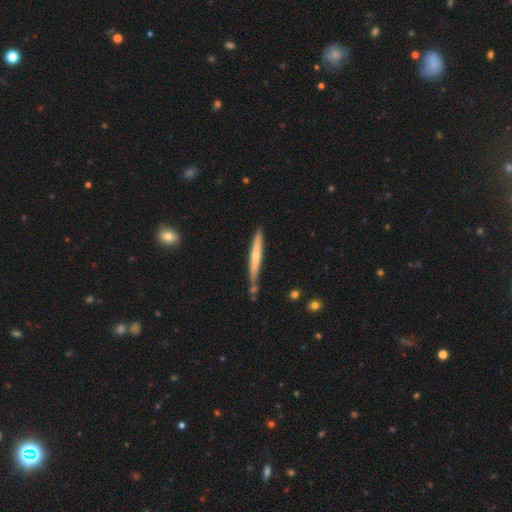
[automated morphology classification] A featured or disk galaxy (49%). Merging: none (75%).